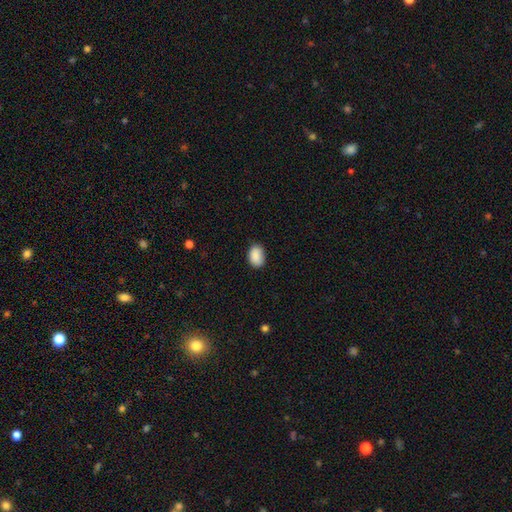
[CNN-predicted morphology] smooth_or_featured: smooth (p=0.89) [alt: star or artifact p=0.07]
how_rounded: in between (p=0.82) [alt: round p=0.17]
merging: none (p=0.83) [alt: minor disturbance p=0.14]